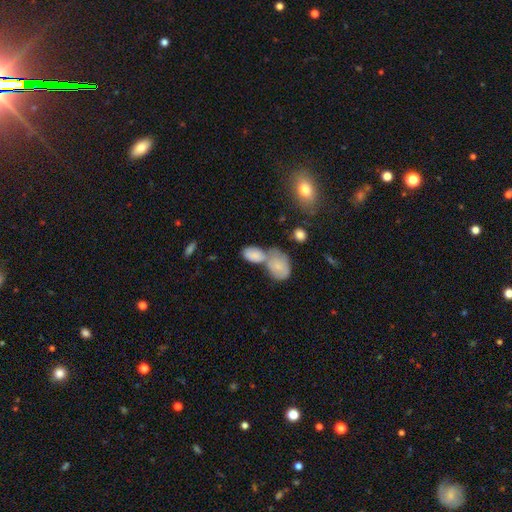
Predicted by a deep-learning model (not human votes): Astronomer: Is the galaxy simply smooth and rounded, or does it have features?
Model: smooth — 78%.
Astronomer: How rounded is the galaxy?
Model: in between — 89%.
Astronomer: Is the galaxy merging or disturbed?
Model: merger — 60%.